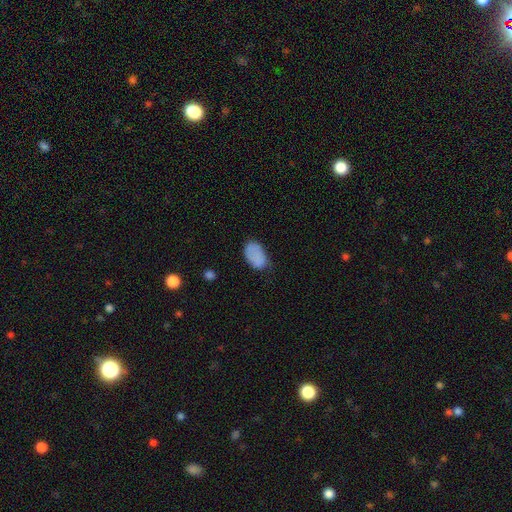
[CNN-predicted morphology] The model was most divided on "merging": none: 54%, minor disturbance: 33%, major disturbance: 11%, merger: 2%. More confident: how rounded — in between (93%); smooth or featured — smooth (82%).